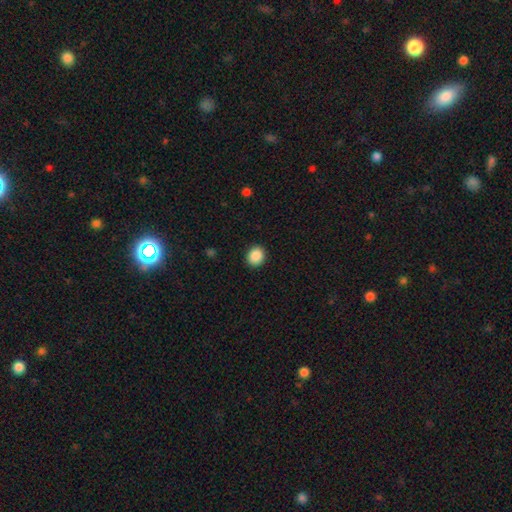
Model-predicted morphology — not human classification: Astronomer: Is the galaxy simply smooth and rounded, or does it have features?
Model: smooth — 89%.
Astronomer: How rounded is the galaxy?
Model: round — 78%.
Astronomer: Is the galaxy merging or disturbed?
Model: none — 91%.